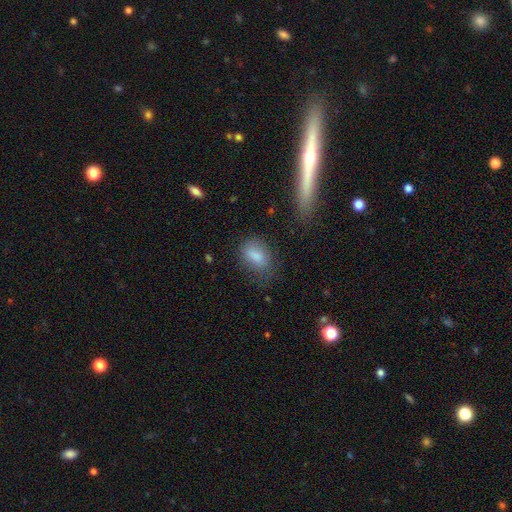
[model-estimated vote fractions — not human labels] The model was most divided on "merging": none: 63%, minor disturbance: 24%, major disturbance: 10%, merger: 3%. More confident: how rounded — in between (83%); smooth or featured — smooth (82%).